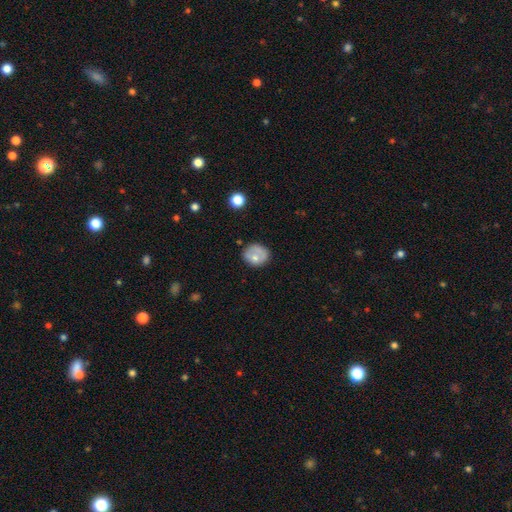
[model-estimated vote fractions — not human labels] A smooth galaxy with no disk features (67%) that is round (65%). Merging: none (65%).